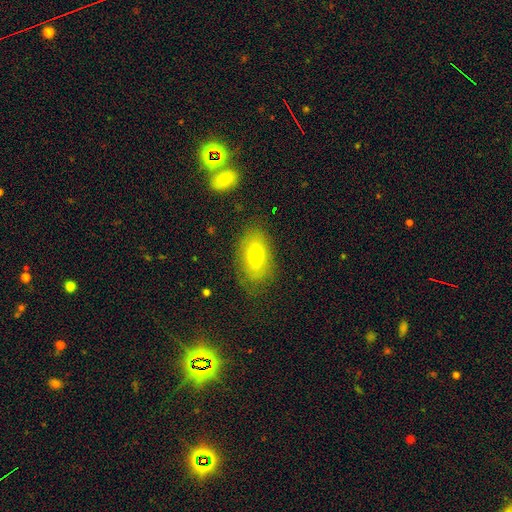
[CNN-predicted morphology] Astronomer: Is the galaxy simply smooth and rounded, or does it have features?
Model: smooth — 70%.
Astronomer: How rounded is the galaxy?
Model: in between — 91%.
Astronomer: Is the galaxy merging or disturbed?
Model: none — 74%.